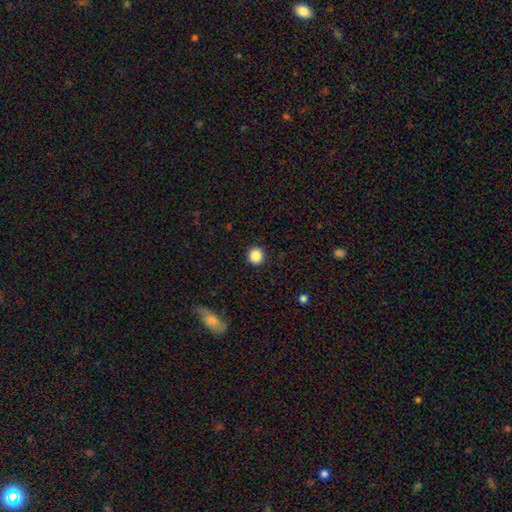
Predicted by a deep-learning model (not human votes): This is clearly a smooth galaxy (87%). How rounded: clearly round (93%). Merging: clearly none (93%).